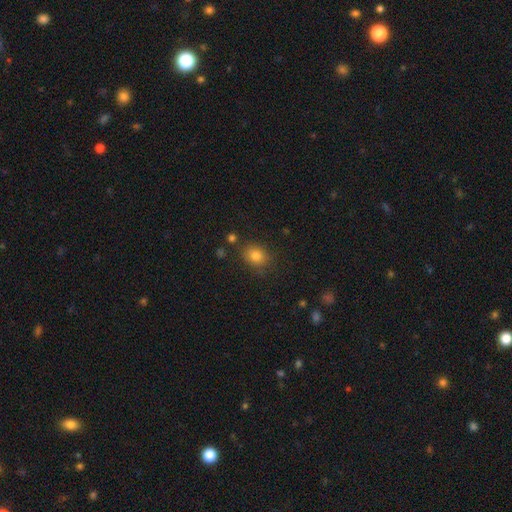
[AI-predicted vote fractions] Morphology: type=smooth (82%); roundness=round (53%); merging=none (80%).